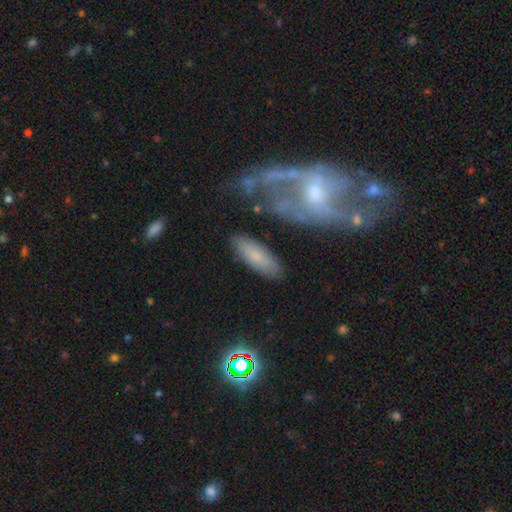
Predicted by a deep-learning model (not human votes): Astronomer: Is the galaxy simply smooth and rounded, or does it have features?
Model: smooth — 71%.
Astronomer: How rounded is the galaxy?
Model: in between — 59% (runner-up: cigar-shaped, 39%).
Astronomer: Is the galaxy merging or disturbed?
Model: none — 78%.